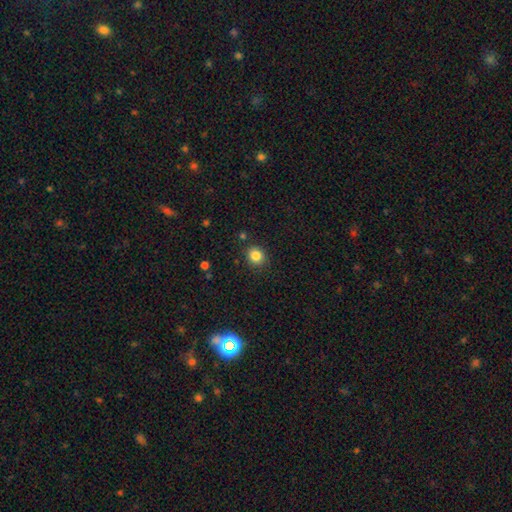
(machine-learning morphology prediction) Smooth or featured?
  - smooth: 84% *
  - star or artifact: 12%
  - featured or disk: 5%
How rounded?
  - round: 86% *
  - in between: 14%
  - cigar-shaped: 1%
Merging?
  - none: 88% *
  - minor disturbance: 7%
  - major disturbance: 2%
  - merger: 2%